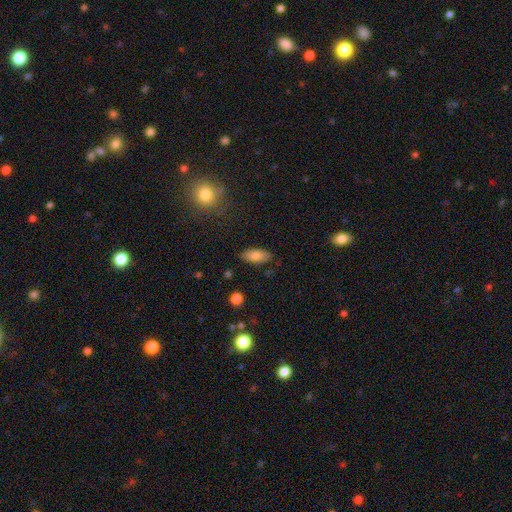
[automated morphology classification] smooth 82%, featured or disk 11%, star or artifact 8%. Down the decision tree: how rounded — in between (88%); merging — none (86%).